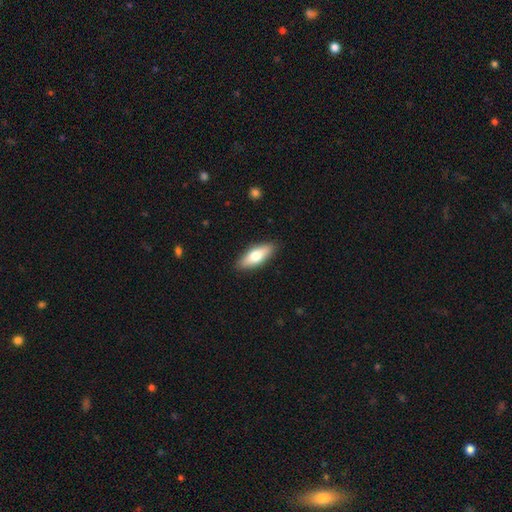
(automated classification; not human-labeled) Smooth or featured? Predicted: smooth (p=0.68). How rounded? Predicted: in between (p=0.67). Merging? Predicted: none (p=0.89).